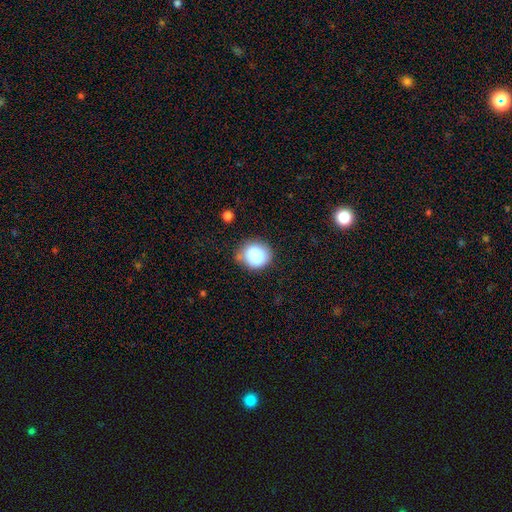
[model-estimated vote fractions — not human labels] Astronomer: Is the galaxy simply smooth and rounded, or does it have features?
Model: smooth — 86%.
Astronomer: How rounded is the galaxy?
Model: round — 84%.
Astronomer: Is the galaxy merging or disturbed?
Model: none — 67%.